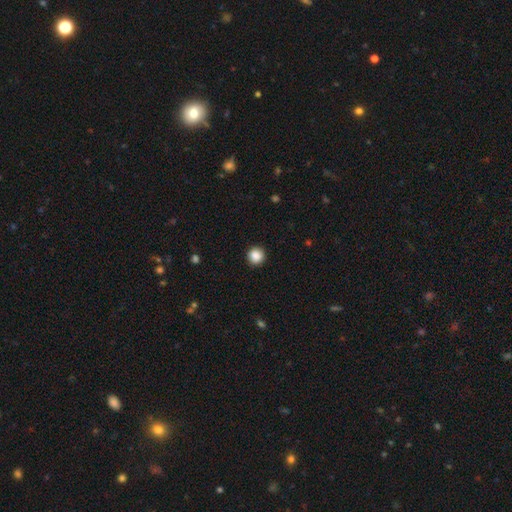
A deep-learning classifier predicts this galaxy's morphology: Q: Smooth or featured?
A: smooth (87%); runner-up: star or artifact (9%)
Q: How rounded?
A: round (94%); runner-up: in between (5%)
Q: Merging?
A: none (92%); runner-up: minor disturbance (5%)